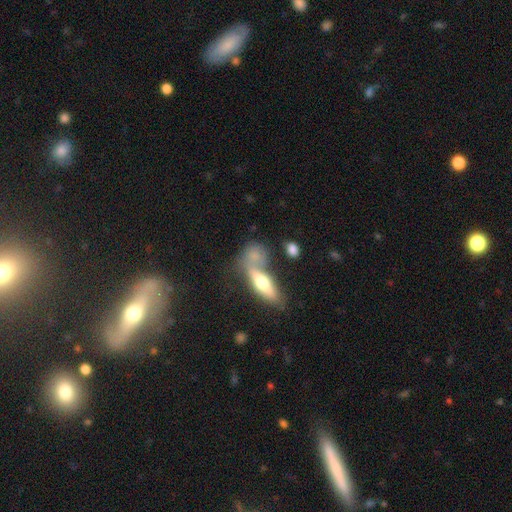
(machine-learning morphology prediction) Smooth or featured? smooth (66%)
How rounded? in between (52%)
Merging? merger (38%)